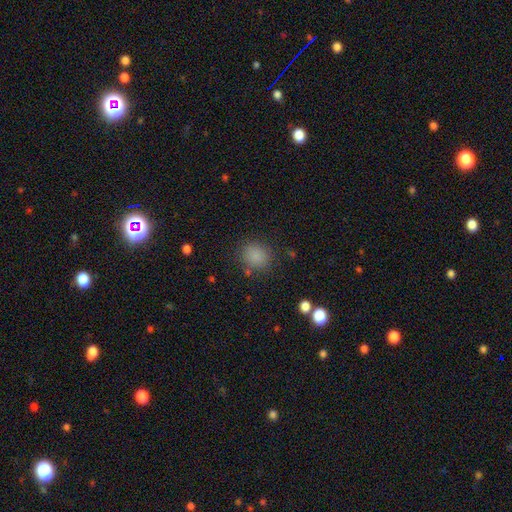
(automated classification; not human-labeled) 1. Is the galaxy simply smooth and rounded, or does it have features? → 84% smooth, 12% star or artifact, 4% featured or disk.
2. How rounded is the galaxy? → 75% round, 24% in between, 1% cigar-shaped.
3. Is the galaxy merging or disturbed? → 83% none, 11% minor disturbance, 4% major disturbance, 2% merger.